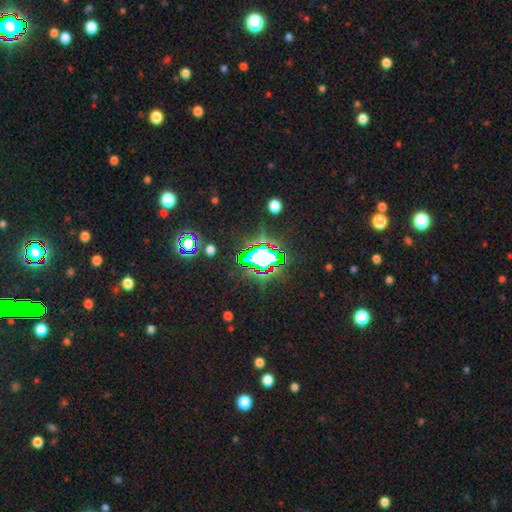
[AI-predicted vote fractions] smooth-or-featured: star or artifact: 75% | smooth: 15% | featured or disk: 10%